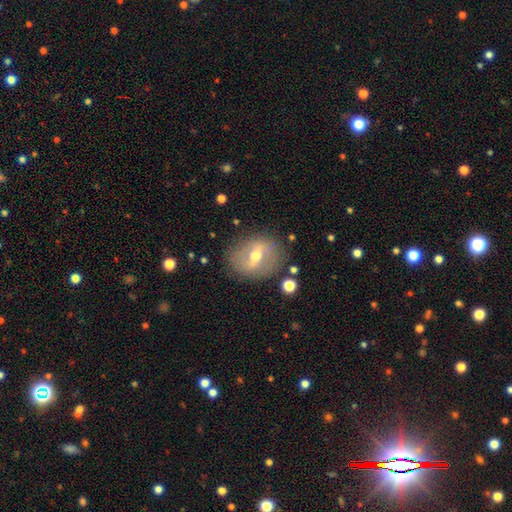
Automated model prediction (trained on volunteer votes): Smooth or featured? featured or disk (62%)
Edge-on disk? no (85%)
Bar? strong (51%)
Spiral arms? no (73%)
Bulge size? moderate (66%)
Merging? none (80%)